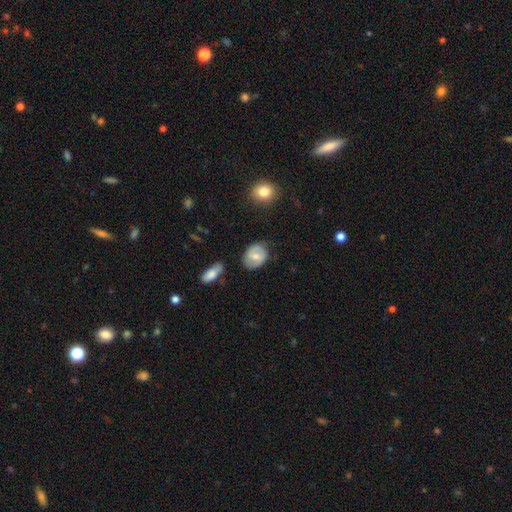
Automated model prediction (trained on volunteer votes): This is possibly a smooth galaxy (56%). How rounded: likely in between (63%). Merging: likely none (75%).